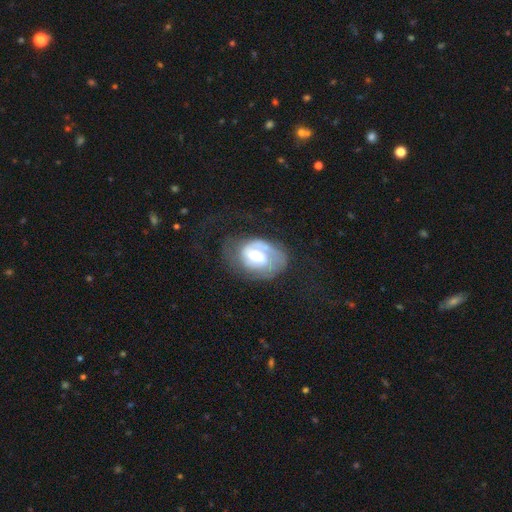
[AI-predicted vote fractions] smooth-or-featured: featured or disk: 73% | smooth: 21% | star or artifact: 6%
  disk-edge-on: no: 97% | yes: 3%
    bar: weak: 50% | no: 31% | strong: 19%
    has-spiral-arms: yes: 85% | no: 15%
      spiral-winding: tight: 47% | medium: 36% | loose: 17%
      spiral-arm-count: 1: 46% | 2: 31% | can't tell: 17% | 3: 3% | 4: 1% | more than 4: 1%
    bulge-size: moderate: 54% | large: 29% | small: 12% | dominant: 3% | none: 3%
  merging: none: 48% | major disturbance: 27% | minor disturbance: 24% | merger: 2%